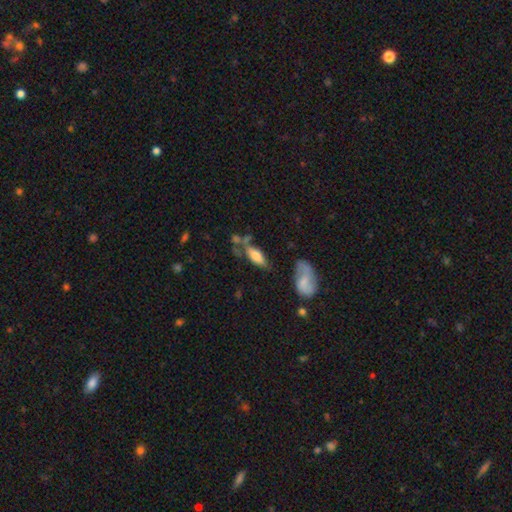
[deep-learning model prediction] Smooth or featured?
  - smooth: 58% *
  - featured or disk: 34%
  - star or artifact: 8%
How rounded?
  - in between: 69% *
  - cigar-shaped: 27%
  - round: 3%
Merging?
  - none: 44% *
  - minor disturbance: 24%
  - merger: 17%
  - major disturbance: 15%